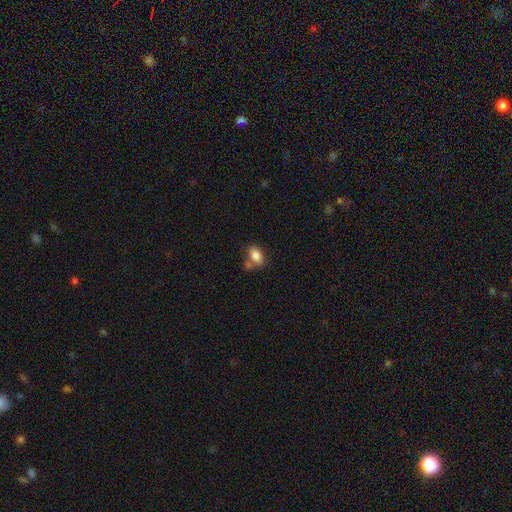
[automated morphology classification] smooth_or_featured: smooth (p=0.84) [alt: star or artifact p=0.09]
how_rounded: in between (p=0.87) [alt: round p=0.11]
merging: none (p=0.58) [alt: merger p=0.23]